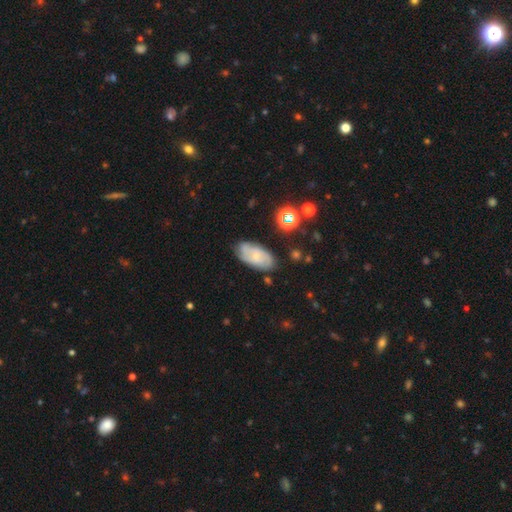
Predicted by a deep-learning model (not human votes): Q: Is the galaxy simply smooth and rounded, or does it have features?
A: featured or disk — 53%.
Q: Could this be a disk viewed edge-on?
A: no — 94%.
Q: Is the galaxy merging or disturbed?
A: none — 73%.